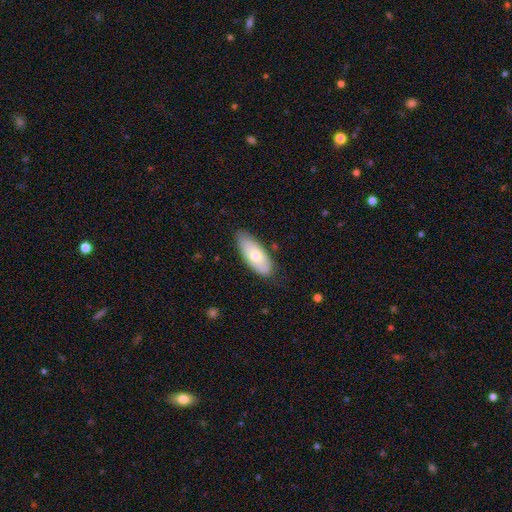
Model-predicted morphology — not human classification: Q: Smooth or featured?
A: smooth (65%); runner-up: featured or disk (29%)
Q: How rounded?
A: in between (81%); runner-up: cigar-shaped (17%)
Q: Merging?
A: none (79%); runner-up: minor disturbance (17%)